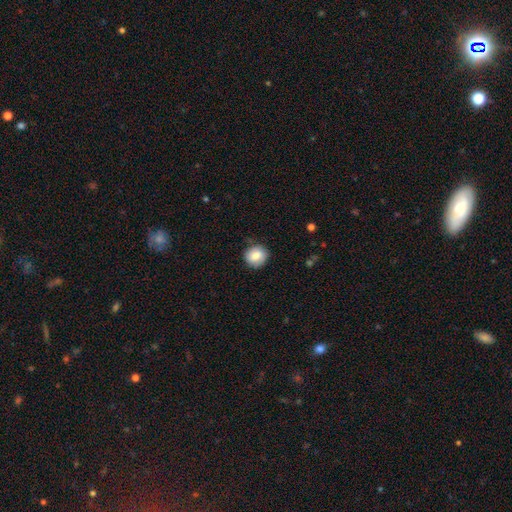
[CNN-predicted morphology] smooth 82%, featured or disk 11%, star or artifact 8%. Down the decision tree: how rounded — round (86%); merging — none (83%).